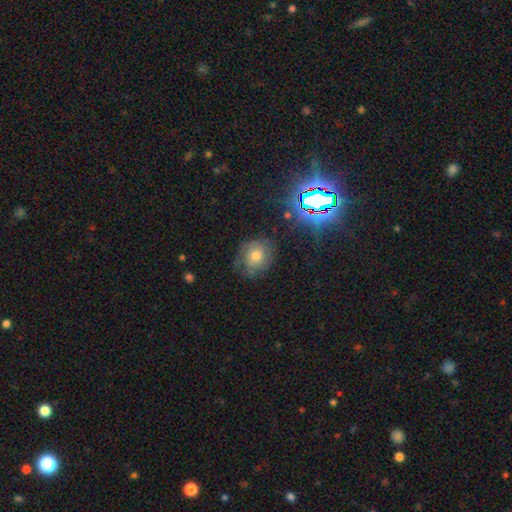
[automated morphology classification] The model was most divided on "smooth or featured": smooth: 47%, featured or disk: 30%, star or artifact: 23%. More confident: merging — none (66%).